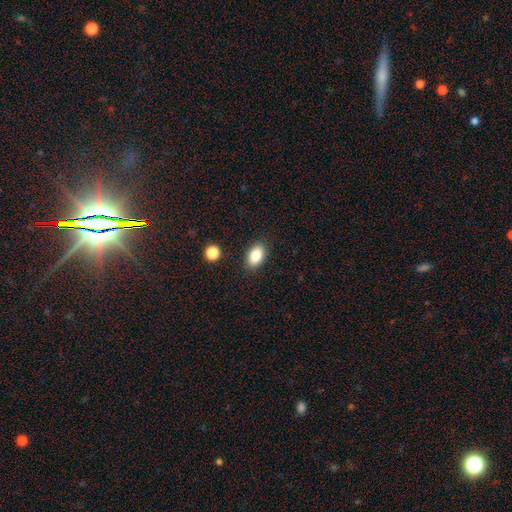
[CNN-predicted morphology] This appears to be a smooth galaxy with no disk features (84%) that is in between round and cigar-shaped (90%). Merging: none (87%).